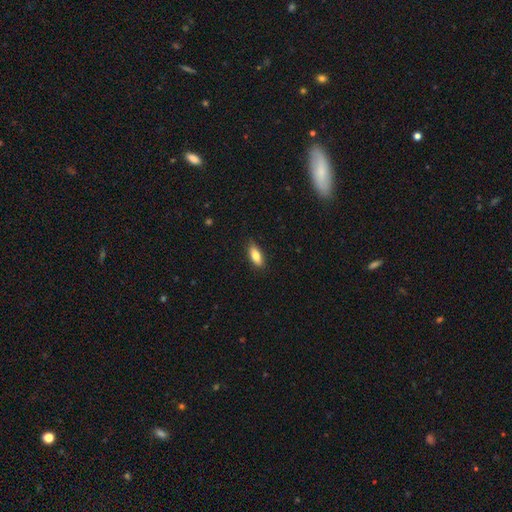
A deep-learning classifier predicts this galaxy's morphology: Q: Smooth or featured?
A: smooth (78%); runner-up: featured or disk (16%)
Q: How rounded?
A: in between (77%); runner-up: cigar-shaped (20%)
Q: Merging?
A: none (86%); runner-up: minor disturbance (11%)